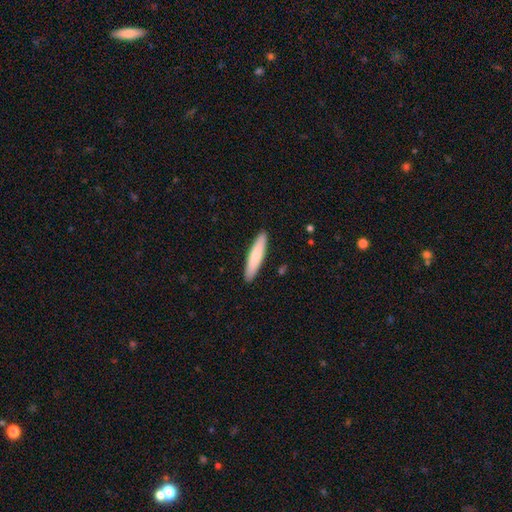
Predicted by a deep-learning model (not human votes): Smooth or featured? smooth (78%)
How rounded? cigar-shaped (86%)
Merging? none (91%)